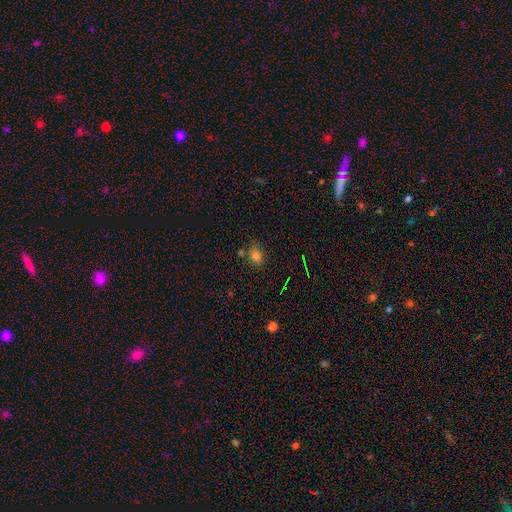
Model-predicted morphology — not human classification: A smooth galaxy with no disk features (77%) that is in between round and cigar-shaped (62%). Merging: none (70%).